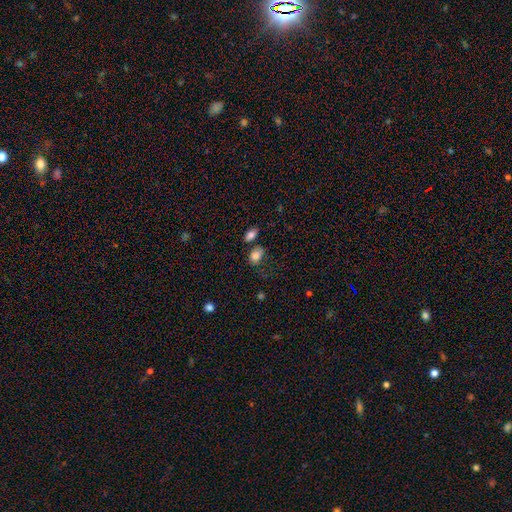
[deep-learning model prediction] A smooth galaxy with no disk features (82%) that is in between round and cigar-shaped (71%).

Vote fractions:
- Smooth or featured? smooth: 82% / star or artifact: 10% / featured or disk: 9%
- How rounded? in between: 71% / round: 28% / cigar-shaped: 1%
- Merging? none: 52% / minor disturbance: 23% / merger: 15% / major disturbance: 11%